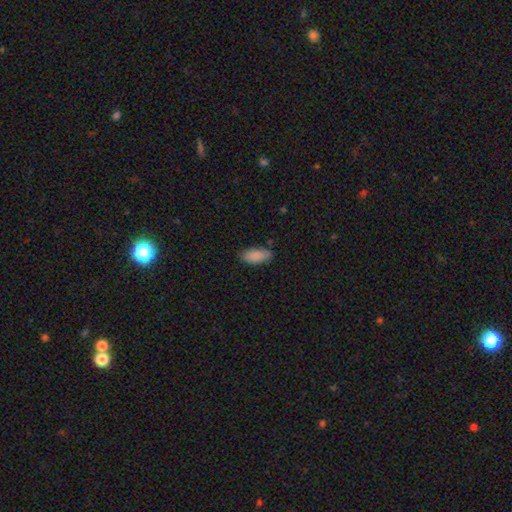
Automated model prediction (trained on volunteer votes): Smooth or featured?
  - smooth: 89% *
  - star or artifact: 7%
  - featured or disk: 5%
How rounded?
  - in between: 89% *
  - cigar-shaped: 9%
  - round: 2%
Merging?
  - none: 80% *
  - minor disturbance: 16%
  - major disturbance: 3%
  - merger: 2%